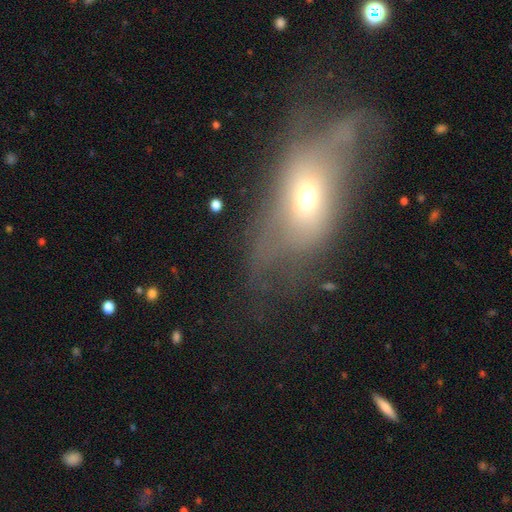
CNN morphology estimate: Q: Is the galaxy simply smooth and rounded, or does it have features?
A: smooth — 47%.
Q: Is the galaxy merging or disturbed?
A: major disturbance — 38%.